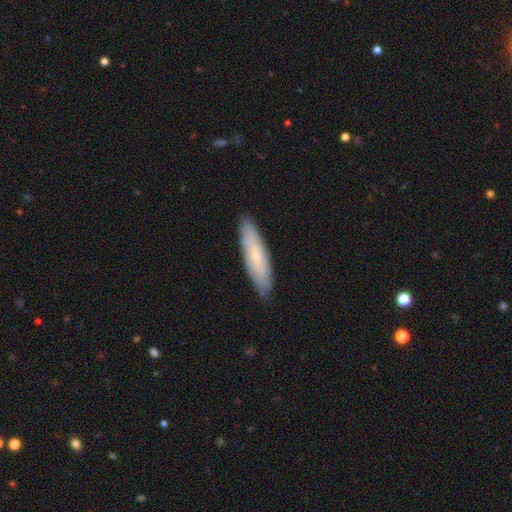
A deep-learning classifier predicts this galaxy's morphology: This is possibly a smooth galaxy (57%). How rounded: likely cigar-shaped (72%). Merging: clearly none (86%).